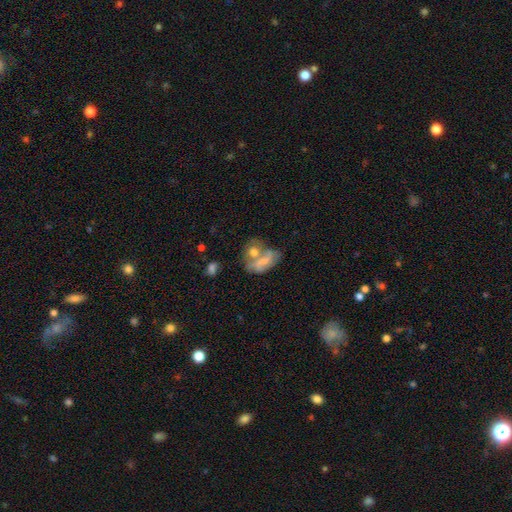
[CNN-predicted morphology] smooth 48%, featured or disk 40%, star or artifact 11%. Down the decision tree: merging — merger (47%).